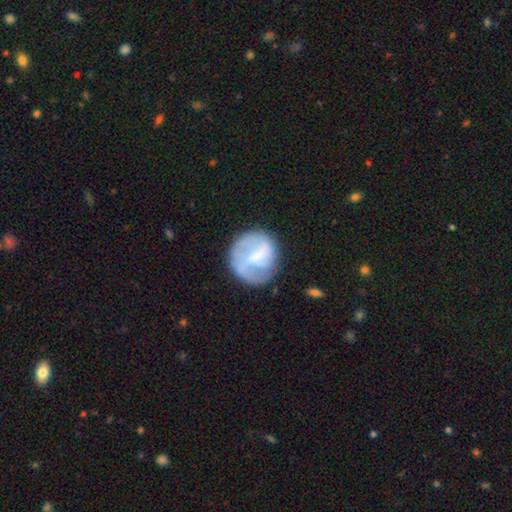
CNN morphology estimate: smooth-or-featured: featured or disk: 51% | smooth: 41% | star or artifact: 7%
  disk-edge-on: no: 98% | yes: 2%
    bar: weak: 43% | no: 32% | strong: 25%
    has-spiral-arms: yes: 57% | no: 43%
    bulge-size: none: 41% | small: 32% | moderate: 20% | large: 5% | dominant: 2%
  merging: none: 61% | minor disturbance: 21% | major disturbance: 15% | merger: 3%